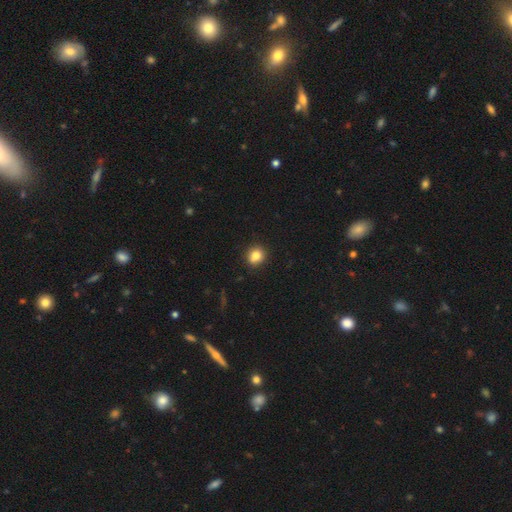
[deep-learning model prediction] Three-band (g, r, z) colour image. It shows a smooth galaxy with no disk features (83%) that is round (78%). Merging: none (85%).